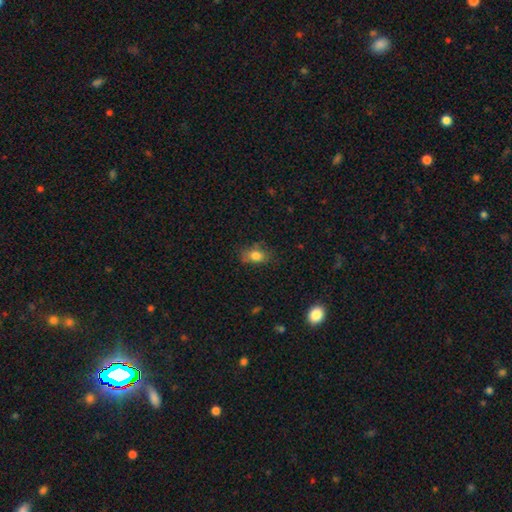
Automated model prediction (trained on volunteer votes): Q: Smooth or featured?
A: smooth (80%); runner-up: star or artifact (10%)
Q: How rounded?
A: in between (76%); runner-up: round (22%)
Q: Merging?
A: none (66%); runner-up: minor disturbance (25%)